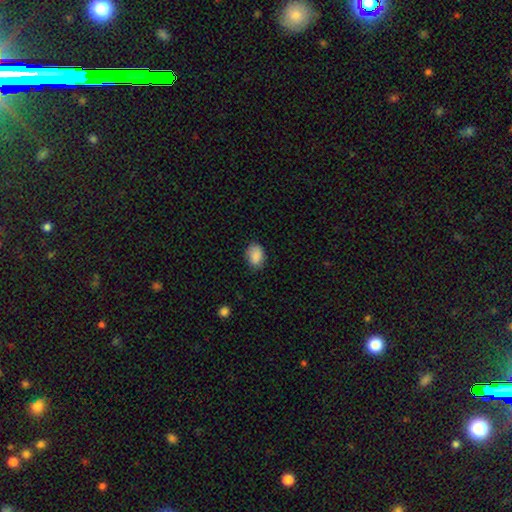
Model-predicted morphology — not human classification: A smooth galaxy with no disk features (88%) that is in between round and cigar-shaped (73%). Merging: none (75%).